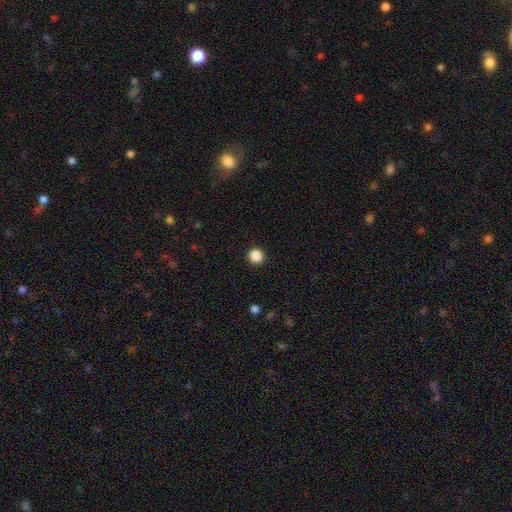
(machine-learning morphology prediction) This appears to be a smooth galaxy with no disk features (87%) that is round (96%). Merging: none (93%).